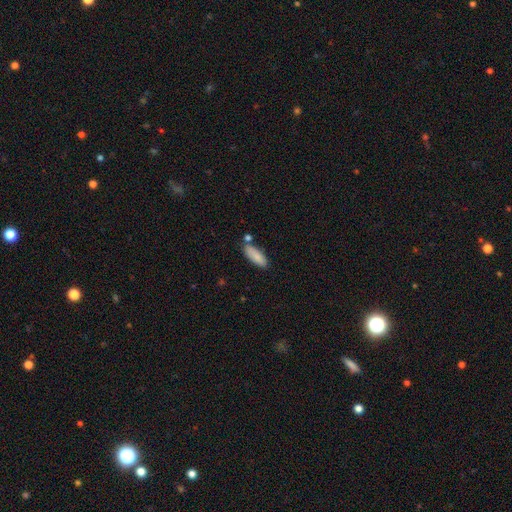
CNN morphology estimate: A smooth galaxy with no disk features (87%) that is in between round and cigar-shaped (66%). Merging: none (73%).